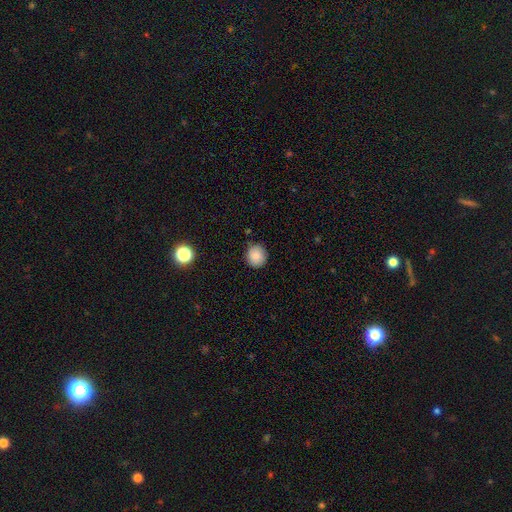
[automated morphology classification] Overall: smooth (82%). How rounded: round (86%). Merging: none (84%).